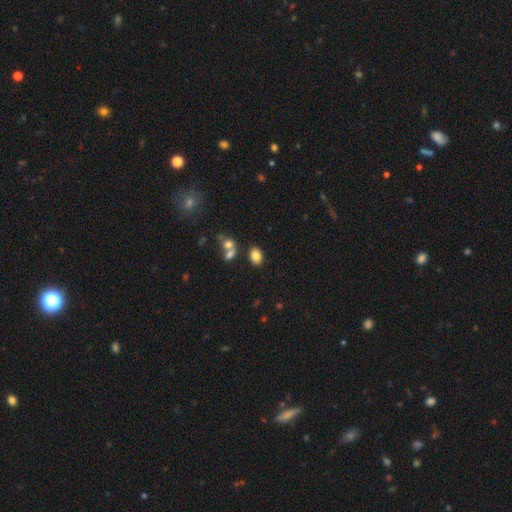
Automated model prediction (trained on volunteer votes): smooth 81%, star or artifact 10%, featured or disk 9%. Down the decision tree: how rounded — in between (76%); merging — none (74%).